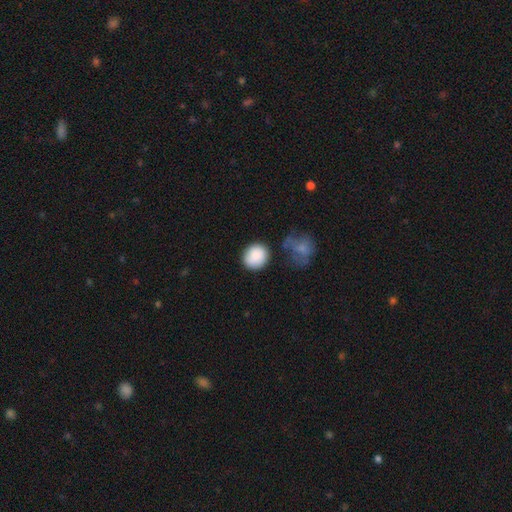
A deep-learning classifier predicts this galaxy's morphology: Smooth or featured: smooth — 88% (star or artifact — 7%)
How rounded: round — 77% (in between — 22%)
Merging: none — 74% (minor disturbance — 16%)